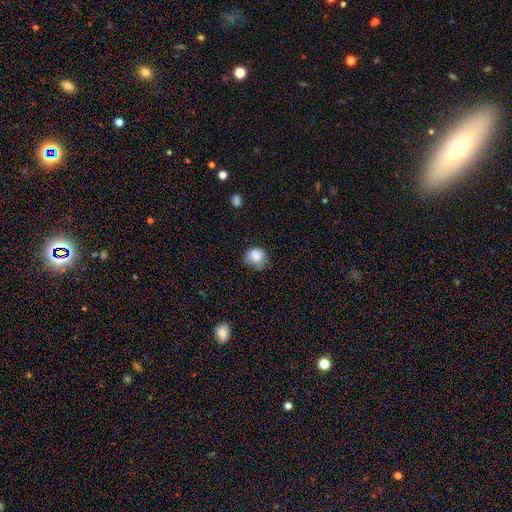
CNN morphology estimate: Smooth or featured: smooth — 79% (featured or disk — 11%)
How rounded: round — 64% (in between — 35%)
Merging: none — 53% (minor disturbance — 31%)